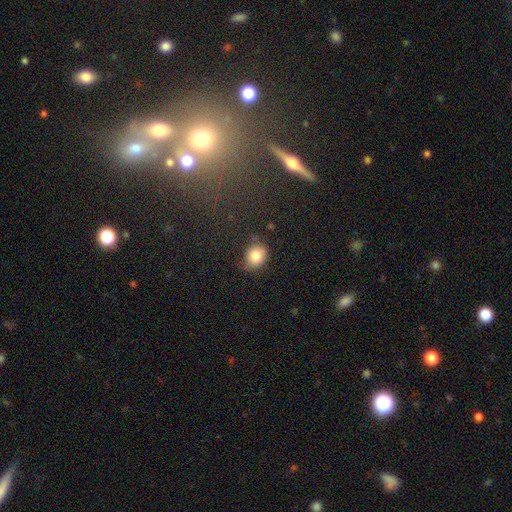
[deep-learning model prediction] This is clearly a smooth galaxy (84%). How rounded: likely round (62%). Merging: likely none (72%).